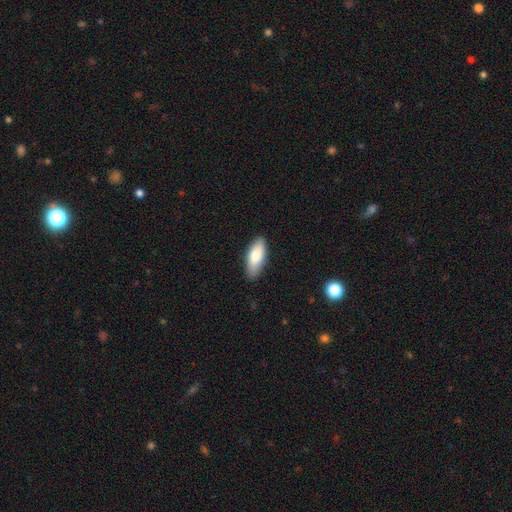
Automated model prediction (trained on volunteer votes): Smooth or featured? smooth (82%)
How rounded? in between (78%)
Merging? none (85%)